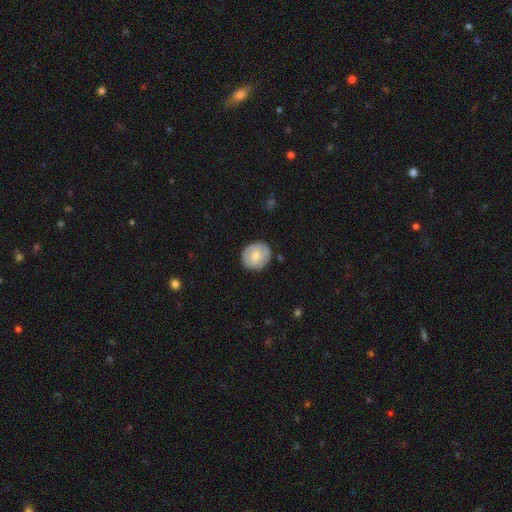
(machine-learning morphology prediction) Q: Smooth or featured?
A: smooth (68%); runner-up: featured or disk (25%)
Q: How rounded?
A: round (82%); runner-up: in between (17%)
Q: Merging?
A: none (83%); runner-up: minor disturbance (13%)